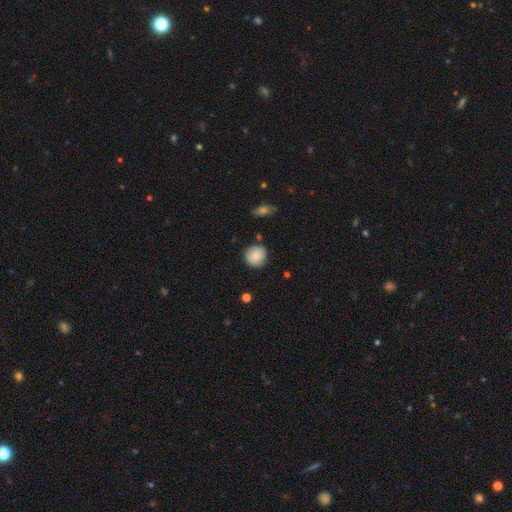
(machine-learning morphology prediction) This is clearly a smooth galaxy (83%). How rounded: clearly round (94%). Merging: clearly none (85%).